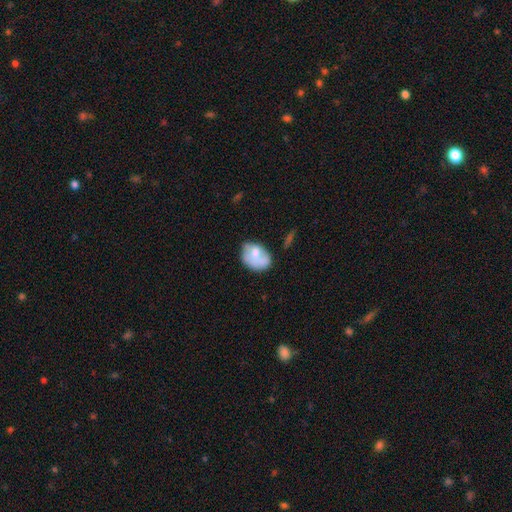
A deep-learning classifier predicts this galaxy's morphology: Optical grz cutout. It shows a smooth galaxy with no disk features (64%) that is in between round and cigar-shaped (67%). Merging: none (42%).